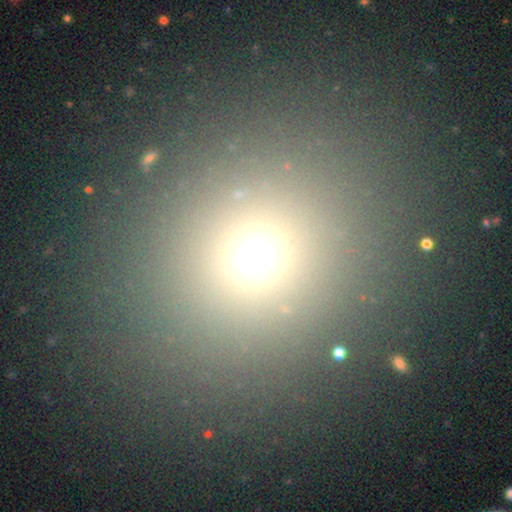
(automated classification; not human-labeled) This appears to be a smooth galaxy with no disk features (65%) that is round (85%). Merging: none (79%).